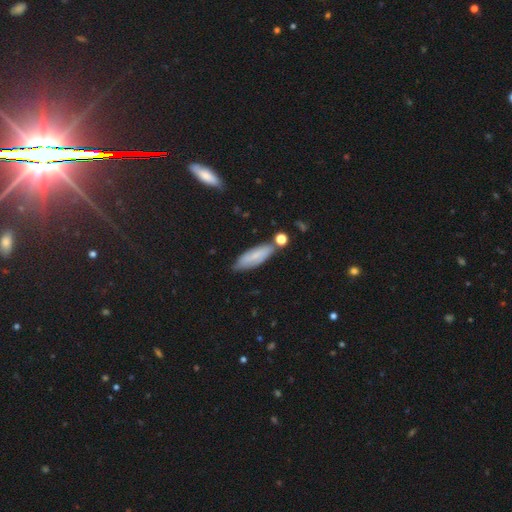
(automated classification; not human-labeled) This is likely a smooth galaxy (61%). How rounded: possibly in between (56%). Merging: likely none (68%).